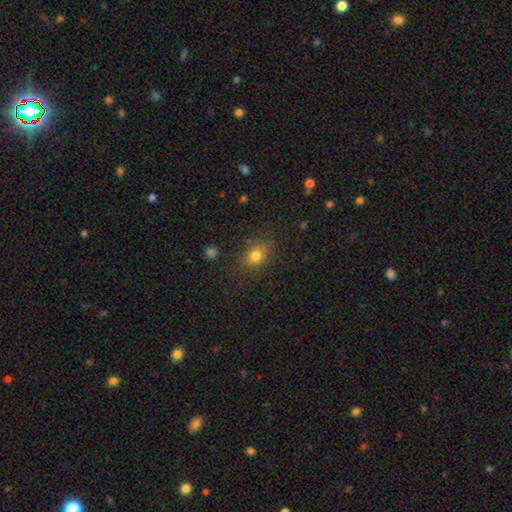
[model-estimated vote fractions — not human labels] Smooth or featured? smooth (78%)
How rounded? in between (52%)
Merging? none (82%)